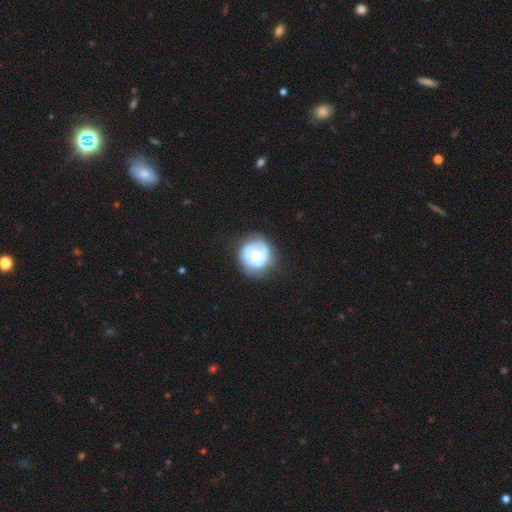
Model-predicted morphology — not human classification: type=featured or disk (49%); merging=none (59%).